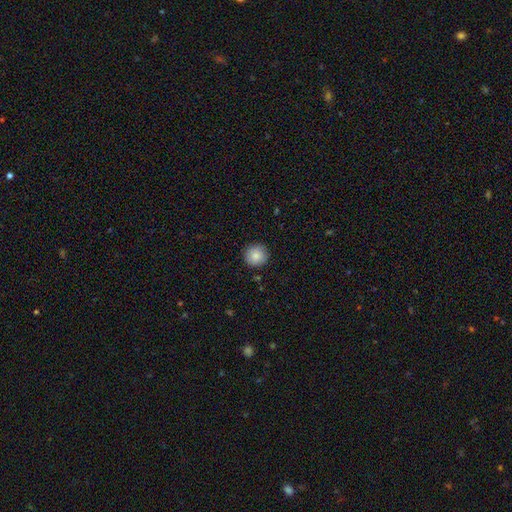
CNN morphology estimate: type=smooth (87%); roundness=round (94%); merging=none (90%).